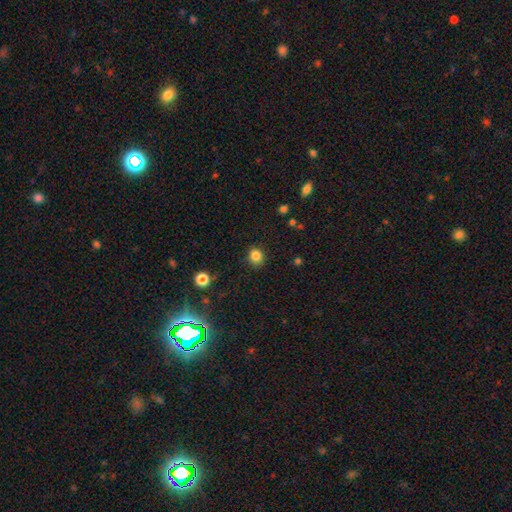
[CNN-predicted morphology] Smooth or featured? smooth (83%)
How rounded? round (85%)
Merging? none (90%)